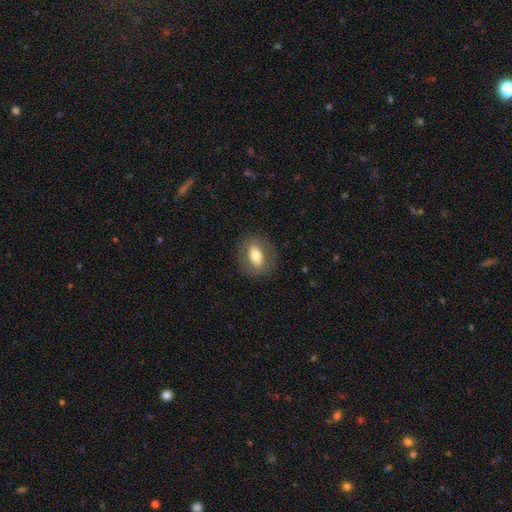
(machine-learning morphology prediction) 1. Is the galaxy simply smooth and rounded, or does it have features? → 63% smooth, 29% featured or disk, 8% star or artifact.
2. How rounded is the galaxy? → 72% in between, 26% round, 2% cigar-shaped.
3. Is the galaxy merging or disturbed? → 83% none, 11% minor disturbance, 5% major disturbance, 1% merger.